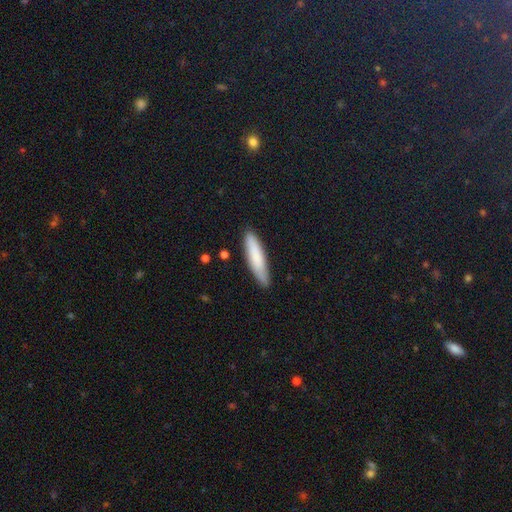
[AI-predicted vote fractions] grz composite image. It shows a smooth galaxy with no disk features (79%) that is cigar-shaped (83%). Merging: none (85%).